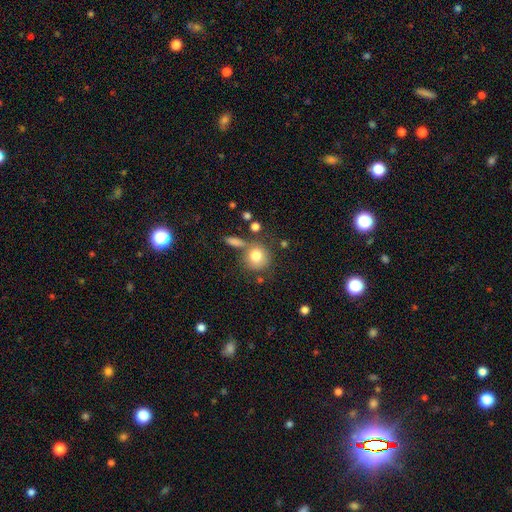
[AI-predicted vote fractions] smooth-or-featured: smooth: 79% | featured or disk: 11% | star or artifact: 9%
  how-rounded: round: 86% | in between: 13% | cigar-shaped: 1%
  merging: none: 64% | merger: 17% | minor disturbance: 13% | major disturbance: 6%